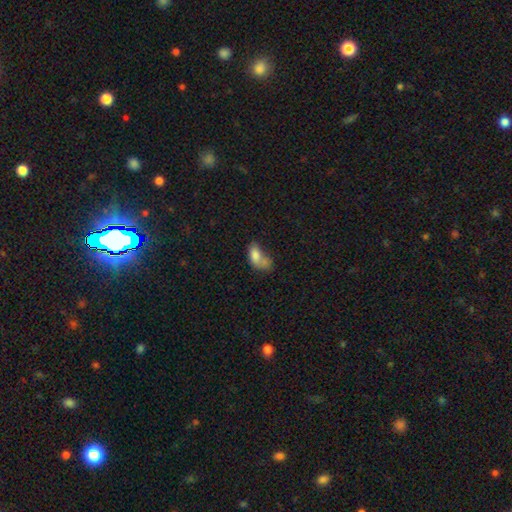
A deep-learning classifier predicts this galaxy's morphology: This is likely a smooth galaxy (76%). How rounded: clearly in between (88%). Merging: marginally merger (32%).